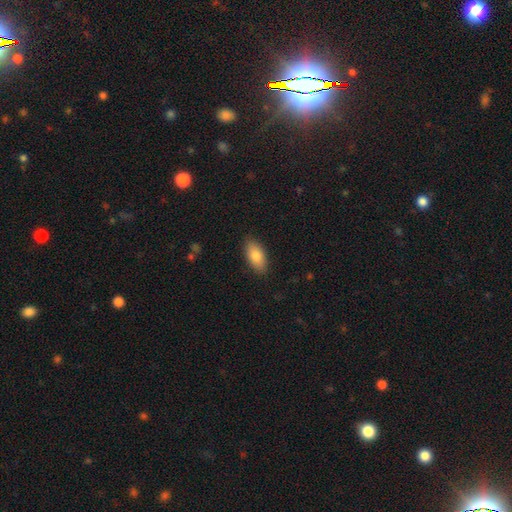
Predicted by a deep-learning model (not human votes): A smooth galaxy with no disk features (82%) that is in between round and cigar-shaped (90%). Merging: none (88%).